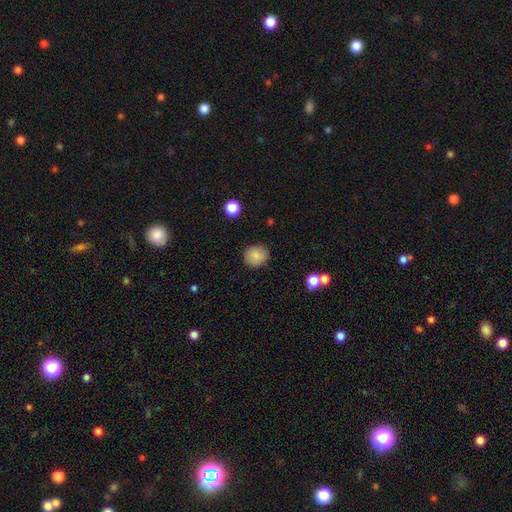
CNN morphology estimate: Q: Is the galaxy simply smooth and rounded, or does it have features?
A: smooth — 86%.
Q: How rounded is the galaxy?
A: round — 84%.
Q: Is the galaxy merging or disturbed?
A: none — 87%.